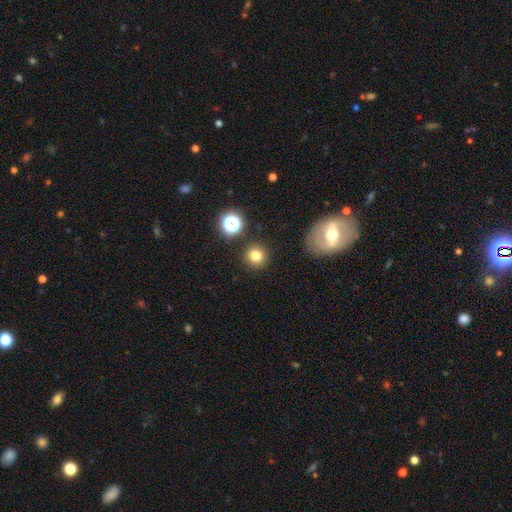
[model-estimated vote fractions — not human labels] Smooth or featured? smooth (78%)
How rounded? round (93%)
Merging? none (87%)